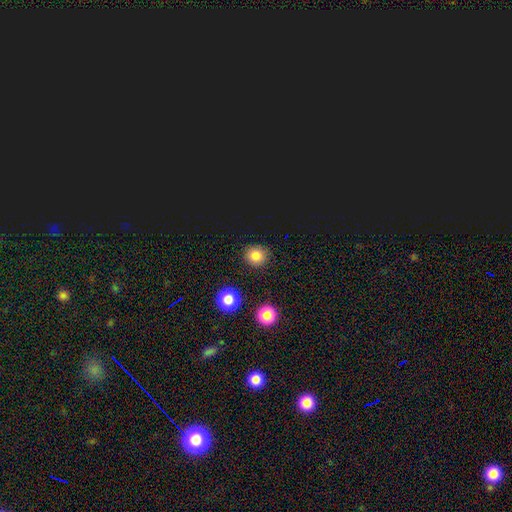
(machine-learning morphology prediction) Smooth or featured? smooth (77%)
How rounded? round (90%)
Merging? none (89%)